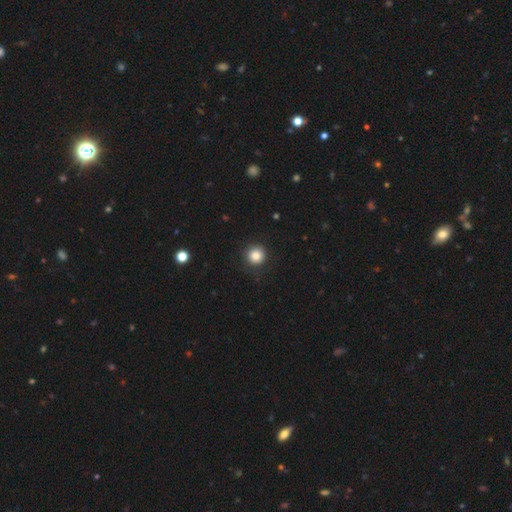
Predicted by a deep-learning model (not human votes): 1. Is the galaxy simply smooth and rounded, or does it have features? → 84% smooth, 10% star or artifact, 6% featured or disk.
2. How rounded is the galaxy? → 94% round, 5% in between, 1% cigar-shaped.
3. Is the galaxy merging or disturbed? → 87% none, 9% minor disturbance, 3% major disturbance, 1% merger.